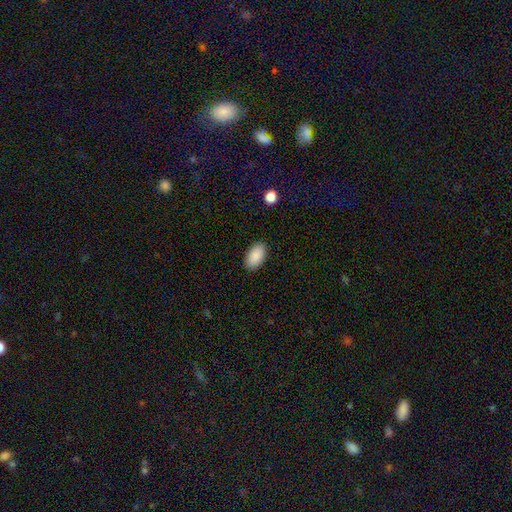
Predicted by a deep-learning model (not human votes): This is clearly a smooth galaxy (90%). How rounded: clearly in between (95%). Merging: clearly none (89%).